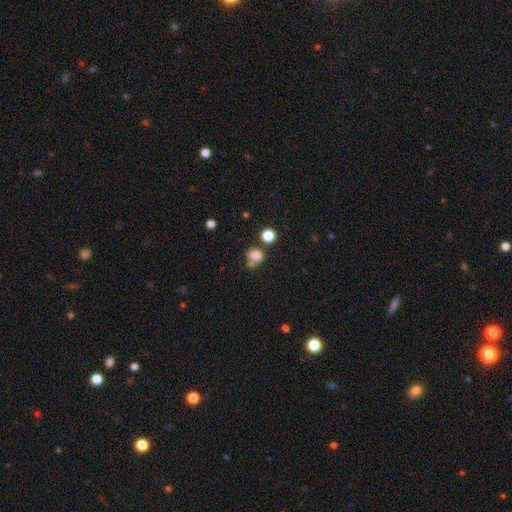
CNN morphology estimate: Overall: smooth (80%). How rounded: round (61%; in between 38%). Merging: none (48%; merger 27%).